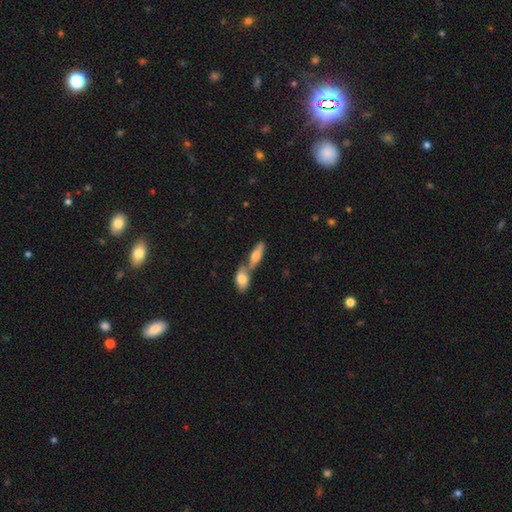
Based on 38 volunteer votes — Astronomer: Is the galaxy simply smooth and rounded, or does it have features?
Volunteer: smooth — 66%.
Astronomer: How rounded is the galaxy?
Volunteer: in between — 68%.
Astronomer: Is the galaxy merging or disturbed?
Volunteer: merger — 51% (runner-up: none, 41%).